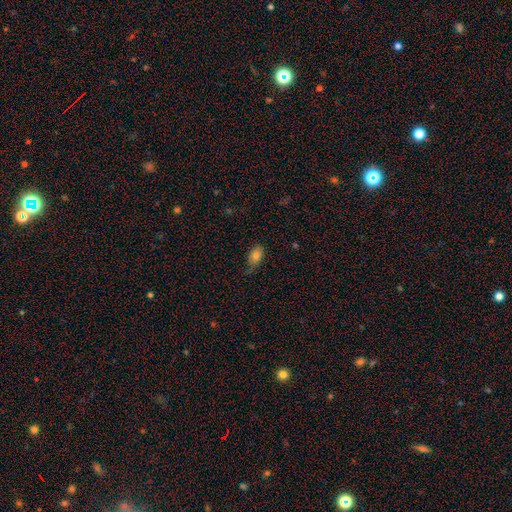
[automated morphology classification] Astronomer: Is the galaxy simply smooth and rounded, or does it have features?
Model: smooth — 80%.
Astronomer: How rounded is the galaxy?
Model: in between — 90%.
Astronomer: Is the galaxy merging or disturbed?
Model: none — 61%.